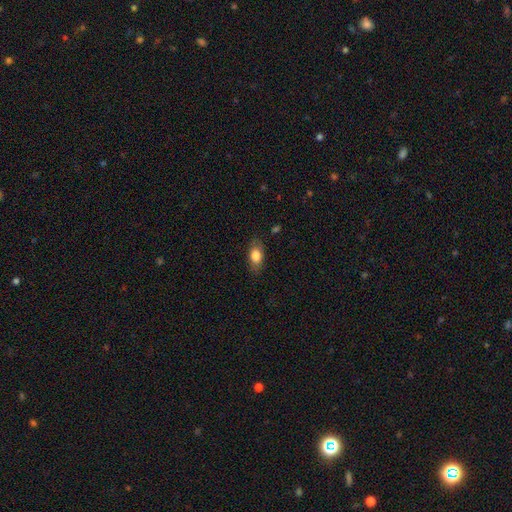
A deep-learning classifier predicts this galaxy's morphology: Smooth or featured? Predicted: smooth (p=0.80). How rounded? Predicted: in between (p=0.86). Merging? Predicted: none (p=0.81).